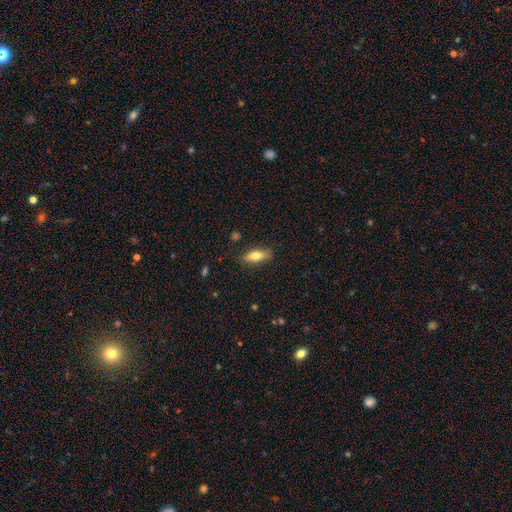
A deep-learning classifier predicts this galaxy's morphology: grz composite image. It shows a smooth galaxy with no disk features (73%) that is in between round and cigar-shaped (66%). Merging: none (84%).